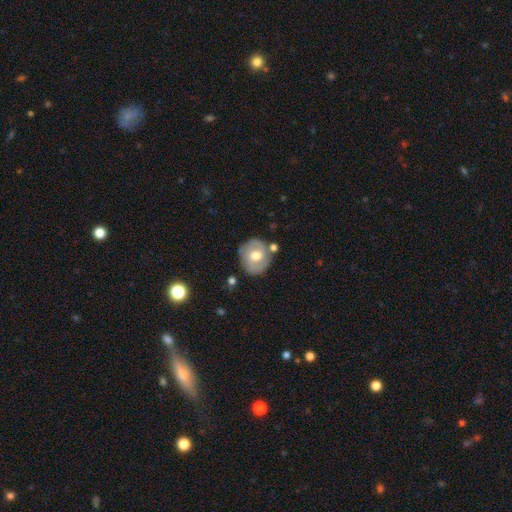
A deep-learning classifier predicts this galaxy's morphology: smooth_or_featured: featured or disk (p=0.47) [alt: smooth p=0.46]
merging: none (p=0.72) [alt: minor disturbance p=0.16]